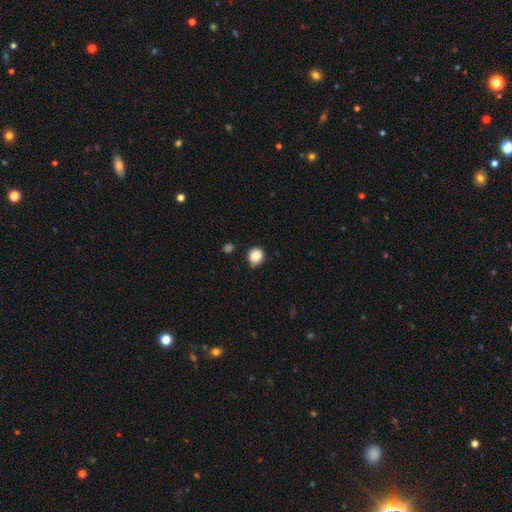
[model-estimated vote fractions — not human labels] The model was most divided on "merging": none: 76%, minor disturbance: 18%, major disturbance: 3%, merger: 3%. More confident: smooth or featured — smooth (85%); how rounded — round (84%).